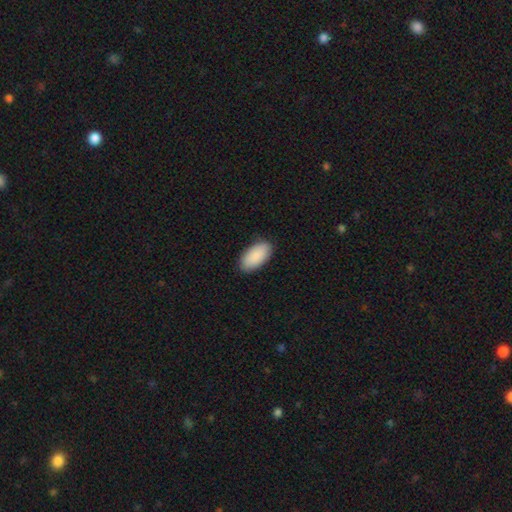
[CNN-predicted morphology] Smooth or featured: smooth — 91% (star or artifact — 5%)
How rounded: in between — 95% (cigar-shaped — 3%)
Merging: none — 88% (minor disturbance — 9%)